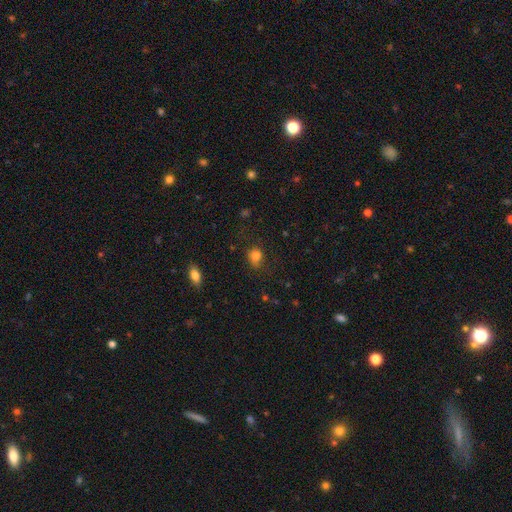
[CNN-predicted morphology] The model was most divided on "how rounded": round: 59%, in between: 40%, cigar-shaped: 1%. More confident: smooth or featured — smooth (80%); merging — none (66%).